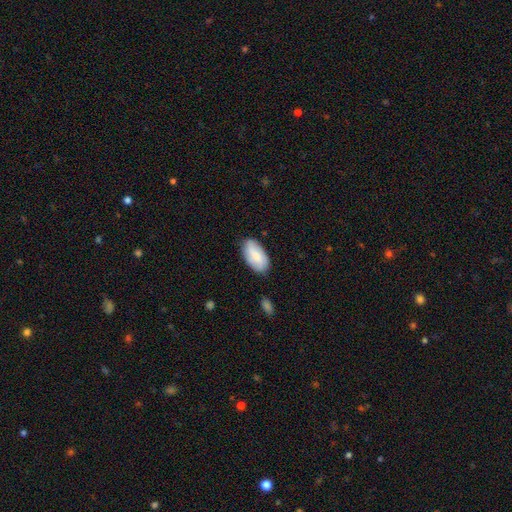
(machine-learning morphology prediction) type=smooth (76%); roundness=in between (94%); merging=none (79%).